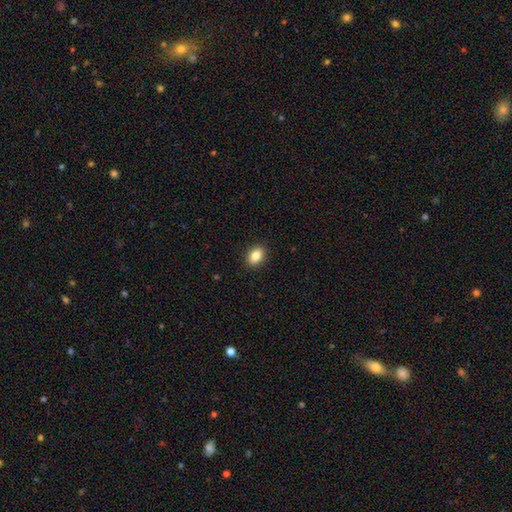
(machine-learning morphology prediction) The model was most divided on "how rounded": in between: 79%, round: 20%, cigar-shaped: 1%. More confident: merging — none (91%); smooth or featured — smooth (86%).